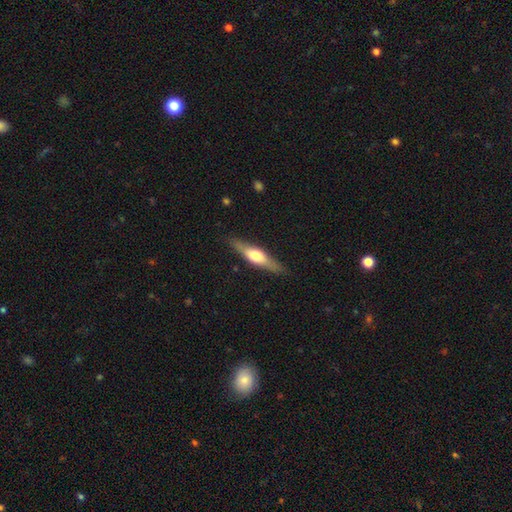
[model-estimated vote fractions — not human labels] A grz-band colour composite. It shows a featured or disk galaxy (56%) viewed edge-on (92%) with a rounded central bulge (89%). Merging: none (86%).